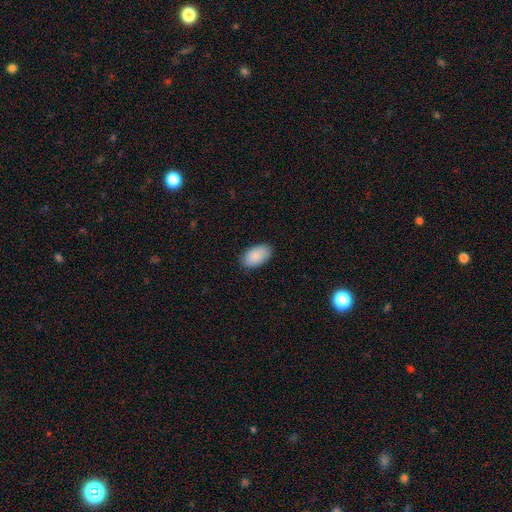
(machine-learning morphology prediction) A smooth galaxy with no disk features (89%) that is in between round and cigar-shaped (95%). Merging: none (86%).